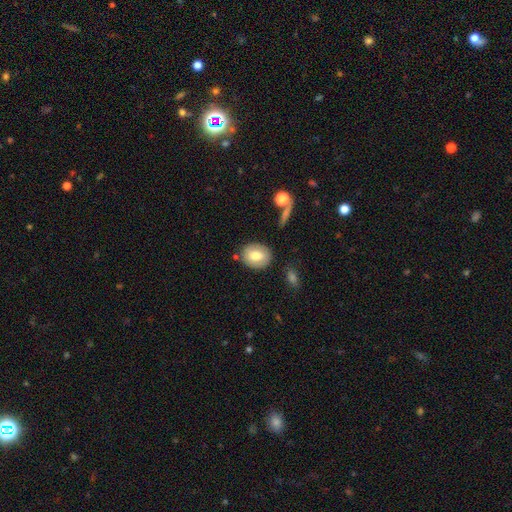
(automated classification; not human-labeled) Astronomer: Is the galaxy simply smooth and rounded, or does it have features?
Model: smooth — 72%.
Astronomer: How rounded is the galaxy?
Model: round — 54% (runner-up: in between, 45%).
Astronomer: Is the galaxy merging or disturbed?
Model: none — 81%.